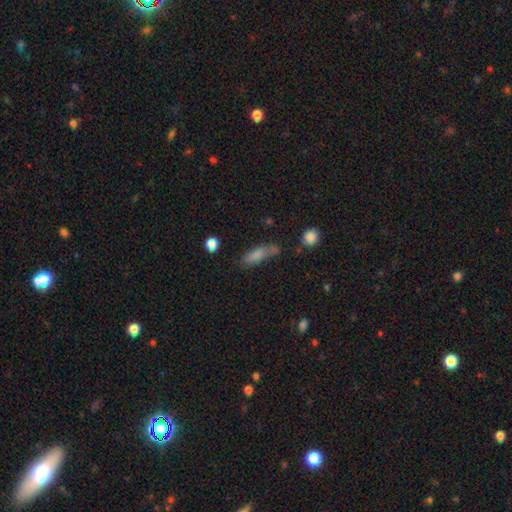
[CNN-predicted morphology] smooth 73%, featured or disk 17%, star or artifact 10%. Down the decision tree: how rounded — cigar-shaped (52%); merging — none (53%).